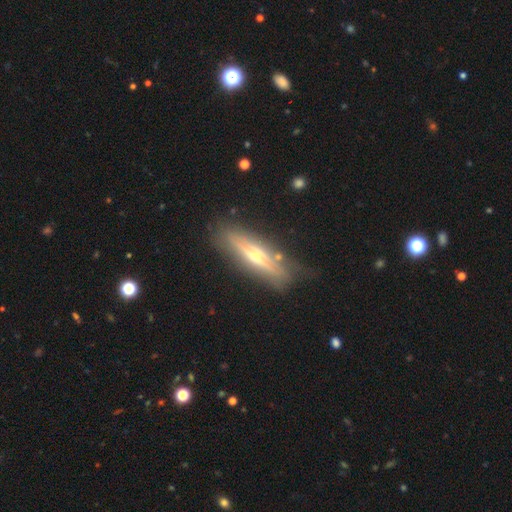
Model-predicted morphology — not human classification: Smooth or featured?
  - featured or disk: 65% *
  - smooth: 28%
  - star or artifact: 6%
Edge-on disk?
  - yes: 84% *
  - no: 16%
Edge-on bulge?
  - rounded: 87% *
  - none: 9%
  - boxy: 3%
Merging?
  - none: 79% *
  - minor disturbance: 15%
  - major disturbance: 4%
  - merger: 3%